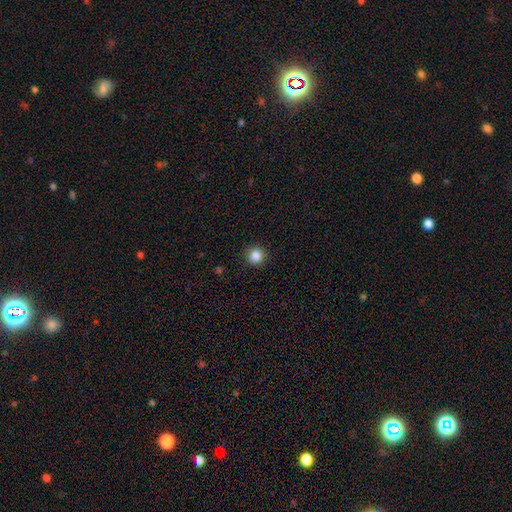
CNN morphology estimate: This appears to be a smooth galaxy with no disk features (86%) that is round (93%). Merging: none (91%).